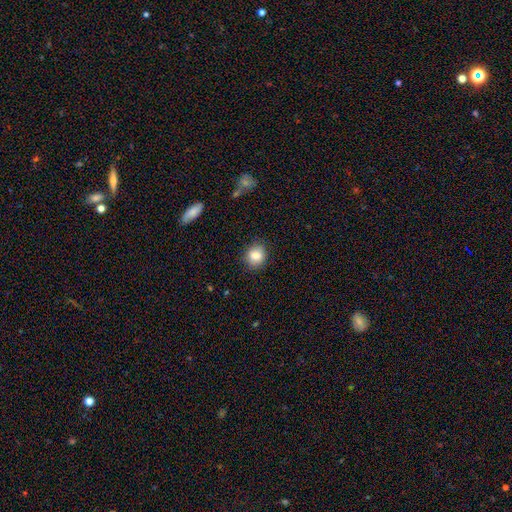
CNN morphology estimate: smooth 84%, star or artifact 9%, featured or disk 7%. Down the decision tree: how rounded — round (69%); merging — none (84%).